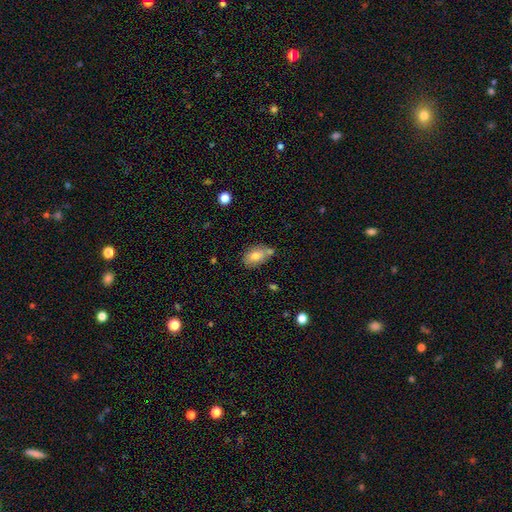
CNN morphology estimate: This appears to be a smooth galaxy with no disk features (76%) that is in between round and cigar-shaped (88%). Merging: none (58%).